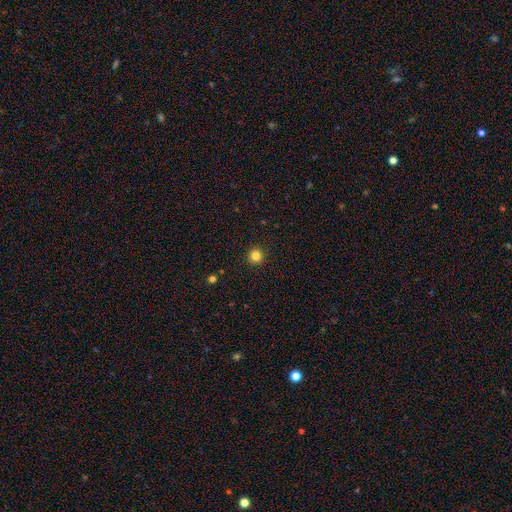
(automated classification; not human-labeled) smooth-or-featured: smooth: 83% | star or artifact: 13% | featured or disk: 4%
  how-rounded: round: 95% | in between: 4% | cigar-shaped: 1%
  merging: none: 93% | minor disturbance: 4% | major disturbance: 2% | merger: 1%